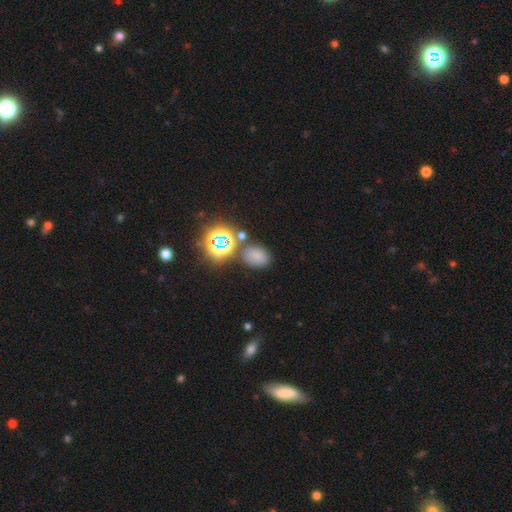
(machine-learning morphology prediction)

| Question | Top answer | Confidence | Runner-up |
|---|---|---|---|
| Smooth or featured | smooth | 64% | star or artifact (28%) |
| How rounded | in between | 68% | round (31%) |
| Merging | none | 72% | minor disturbance (13%) |